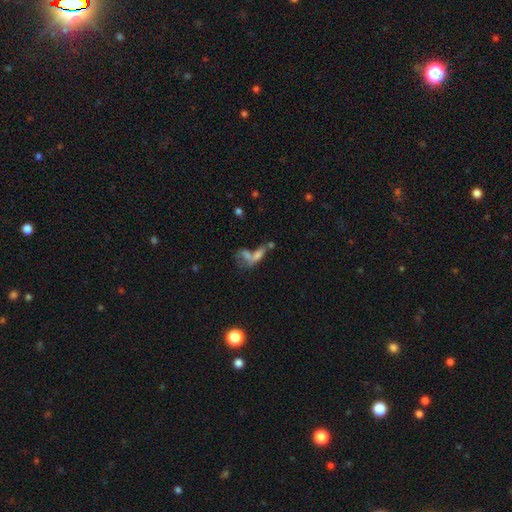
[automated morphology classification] Q: Smooth or featured?
A: smooth (52%); runner-up: featured or disk (31%)
Q: How rounded?
A: in between (66%); runner-up: cigar-shaped (26%)
Q: Merging?
A: merger (55%); runner-up: none (20%)